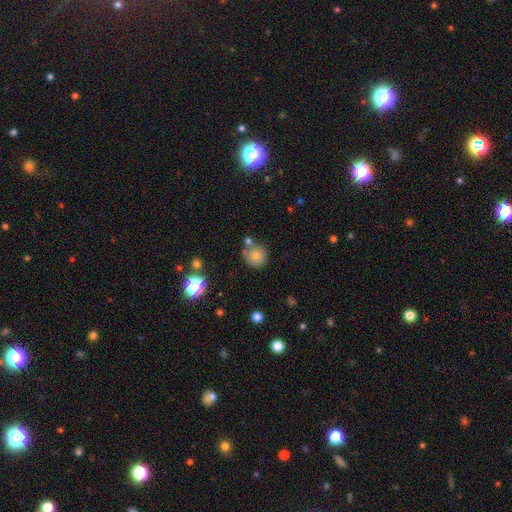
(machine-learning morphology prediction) smooth-or-featured: smooth: 77% | star or artifact: 12% | featured or disk: 11%
  how-rounded: round: 92% | in between: 8% | cigar-shaped: 1%
  merging: none: 68% | merger: 15% | minor disturbance: 13% | major disturbance: 4%